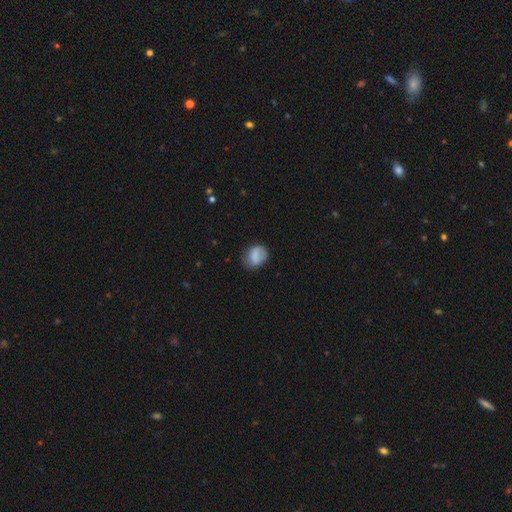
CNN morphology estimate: smooth-or-featured: smooth: 76% | featured or disk: 16% | star or artifact: 8%
  how-rounded: in between: 50% | round: 48% | cigar-shaped: 1%
  merging: none: 62% | minor disturbance: 26% | major disturbance: 10% | merger: 2%